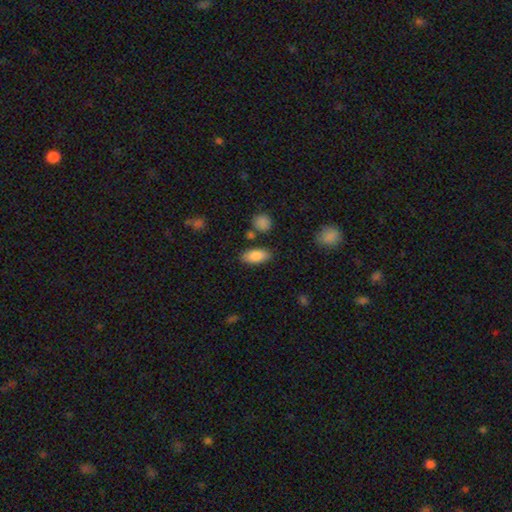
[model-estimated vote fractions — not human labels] Smooth or featured?
  - smooth: 86% *
  - featured or disk: 8%
  - star or artifact: 7%
How rounded?
  - in between: 89% *
  - cigar-shaped: 8%
  - round: 3%
Merging?
  - none: 83% *
  - minor disturbance: 10%
  - merger: 4%
  - major disturbance: 3%